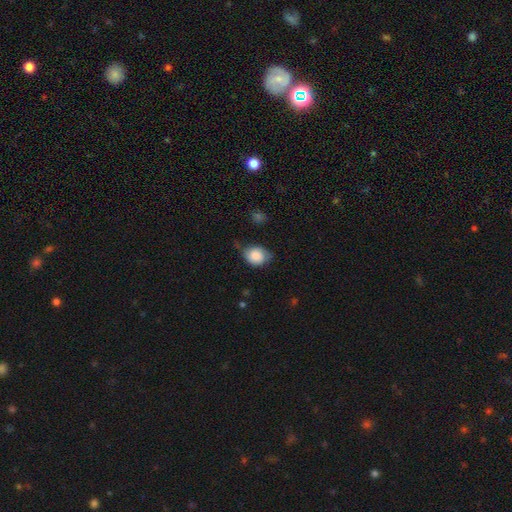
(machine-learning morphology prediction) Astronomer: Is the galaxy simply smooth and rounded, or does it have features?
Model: smooth — 80%.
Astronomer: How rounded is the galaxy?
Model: round — 56% (runner-up: in between, 43%).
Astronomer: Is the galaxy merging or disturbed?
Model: none — 47% (runner-up: minor disturbance, 39%).